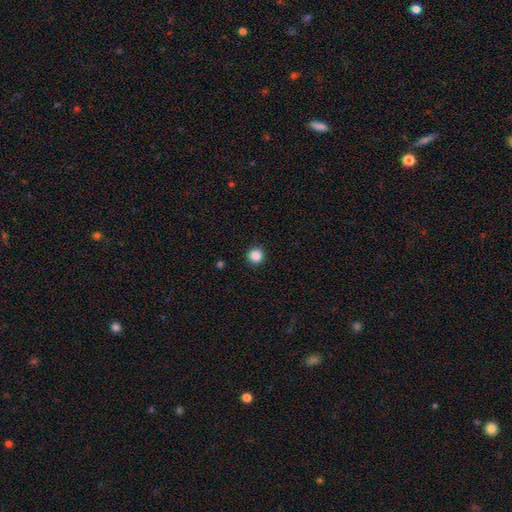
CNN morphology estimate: Smooth or featured: smooth — 86% (star or artifact — 10%)
How rounded: round — 96% (in between — 3%)
Merging: none — 93% (minor disturbance — 4%)